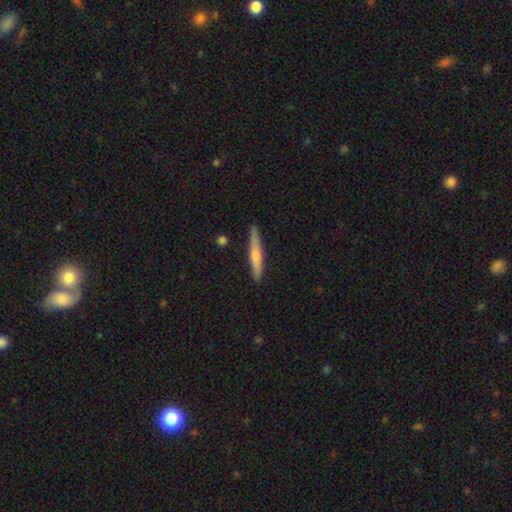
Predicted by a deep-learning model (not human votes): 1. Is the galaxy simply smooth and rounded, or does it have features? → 57% featured or disk, 37% smooth, 6% star or artifact.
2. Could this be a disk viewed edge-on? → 97% yes, 3% no.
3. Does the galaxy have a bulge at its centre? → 79% rounded, 17% none, 5% boxy.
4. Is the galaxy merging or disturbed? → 90% none, 7% minor disturbance, 1% merger, 1% major disturbance.